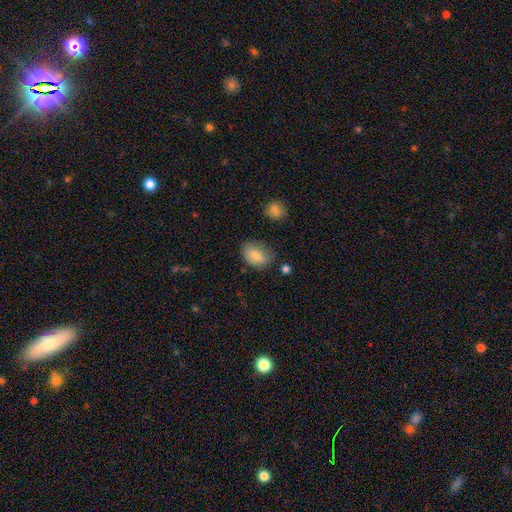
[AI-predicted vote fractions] A smooth galaxy with no disk features (82%) that is in between round and cigar-shaped (82%). Merging: none (63%).